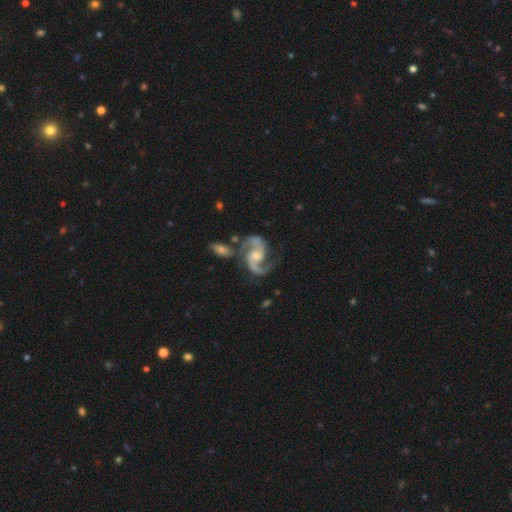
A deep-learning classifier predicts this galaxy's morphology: A featured or disk galaxy (92%) with no bar (48%), 2 (93%) medium (58%) spiral arms (98%) and a moderate central bulge (52%).

Vote fractions:
- Smooth or featured? featured or disk: 92% / star or artifact: 4% / smooth: 4%
- Edge-on disk? no: 98% / yes: 2%
- Bar? no: 48% / weak: 41% / strong: 11%
- Spiral arms? yes: 98% / no: 2%
- Spiral winding? medium: 58% / loose: 30% / tight: 12%
- Spiral arm count? 2: 93% / 1: 2% / can't tell: 2% / 3: 1% / 4: 1% / more than 4: 1%
- Bulge size? moderate: 52% / small: 30% / large: 8% / none: 8% / dominant: 1%
- Merging? none: 59% / minor disturbance: 17% / merger: 15% / major disturbance: 10%